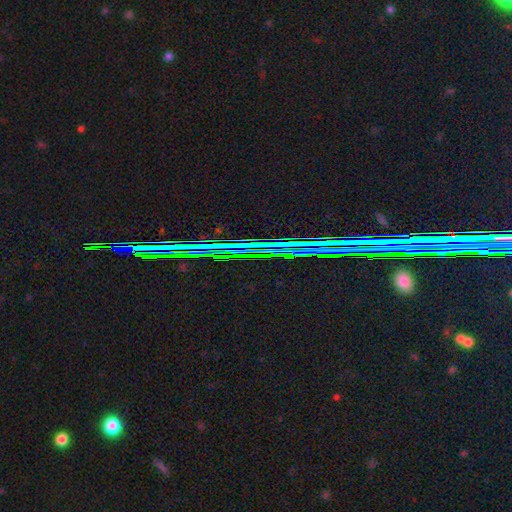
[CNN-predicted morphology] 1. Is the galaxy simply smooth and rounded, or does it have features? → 81% star or artifact, 10% featured or disk, 9% smooth.